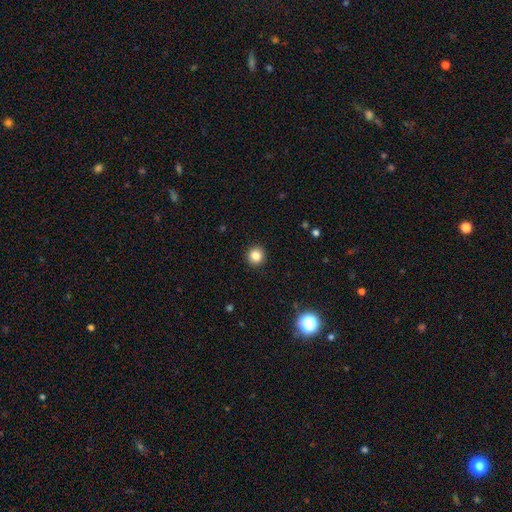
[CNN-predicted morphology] Q: Smooth or featured?
A: smooth (84%); runner-up: star or artifact (11%)
Q: How rounded?
A: round (92%); runner-up: in between (7%)
Q: Merging?
A: none (92%); runner-up: minor disturbance (5%)